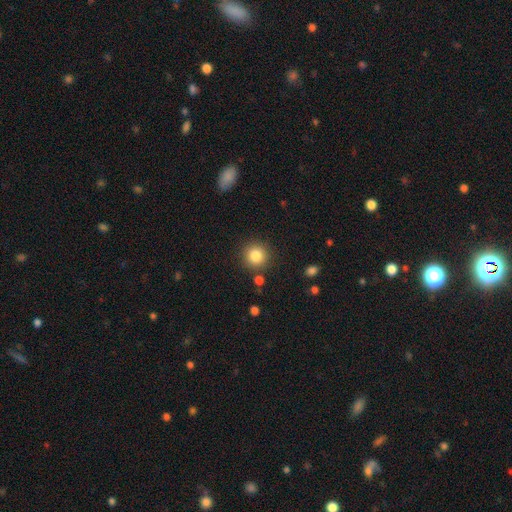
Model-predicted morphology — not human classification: Smooth or featured?
  - smooth: 84% *
  - star or artifact: 10%
  - featured or disk: 6%
How rounded?
  - round: 93% *
  - in between: 6%
  - cigar-shaped: 1%
Merging?
  - none: 87% *
  - minor disturbance: 7%
  - merger: 4%
  - major disturbance: 3%